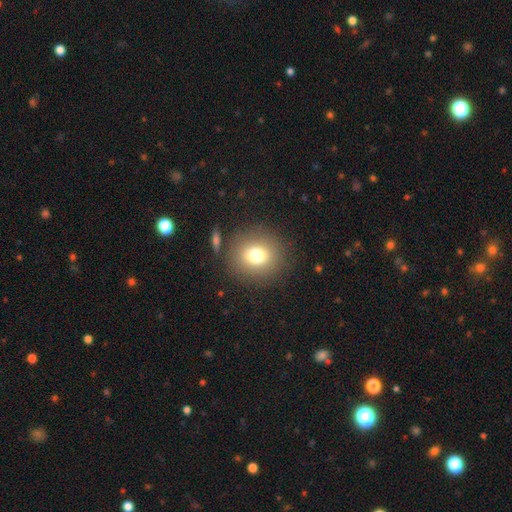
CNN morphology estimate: This is likely a smooth galaxy (74%). How rounded: clearly round (81%). Merging: clearly none (85%).